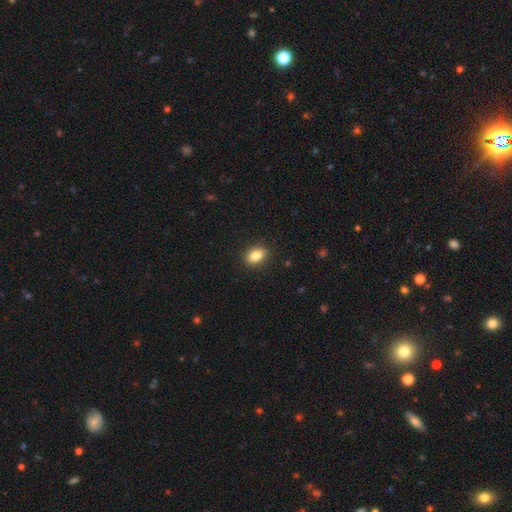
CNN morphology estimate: smooth 84%, star or artifact 8%, featured or disk 8%. Down the decision tree: how rounded — in between (83%); merging — none (89%).